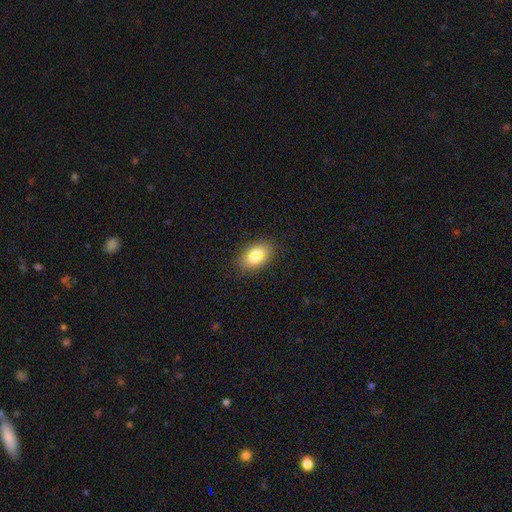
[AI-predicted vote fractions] This appears to be a smooth galaxy with no disk features (75%) that is in between round and cigar-shaped (82%). Merging: none (84%).